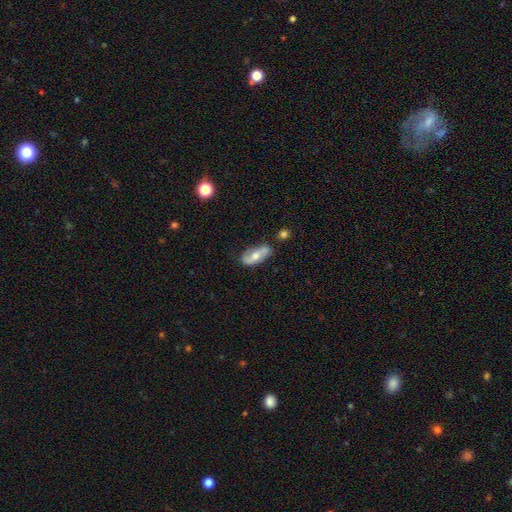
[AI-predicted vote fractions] Smooth or featured? smooth (49%)
Merging? none (65%)